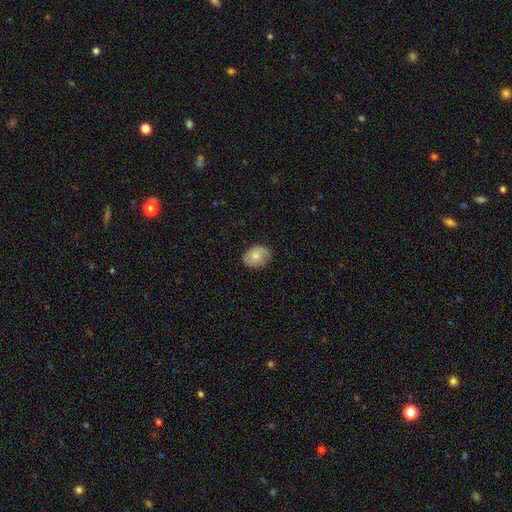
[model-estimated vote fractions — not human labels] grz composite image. It shows a smooth galaxy with no disk features (69%) that is in between round and cigar-shaped (60%). Merging: none (81%).